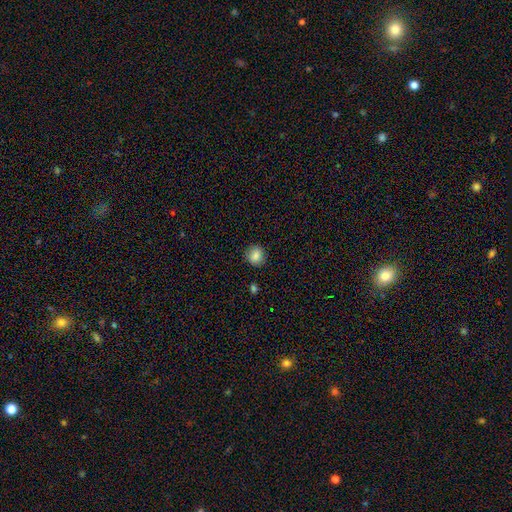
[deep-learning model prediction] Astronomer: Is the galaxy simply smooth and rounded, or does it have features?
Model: smooth — 85%.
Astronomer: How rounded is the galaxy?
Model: round — 85%.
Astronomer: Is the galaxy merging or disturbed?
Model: none — 88%.